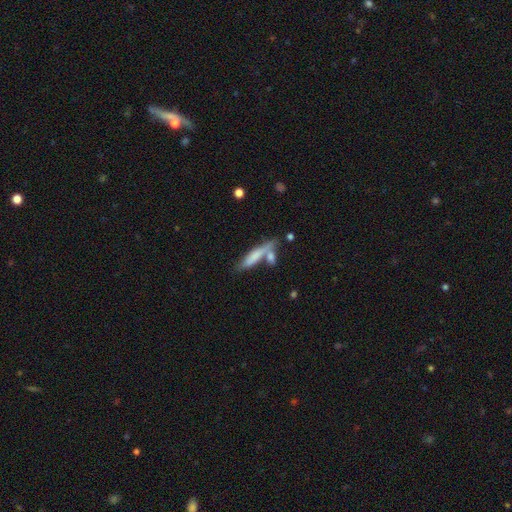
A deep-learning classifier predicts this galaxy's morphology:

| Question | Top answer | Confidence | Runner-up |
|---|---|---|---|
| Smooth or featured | smooth | 68% | featured or disk (25%) |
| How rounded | cigar-shaped | 79% | in between (19%) |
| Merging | none | 51% | merger (28%) |